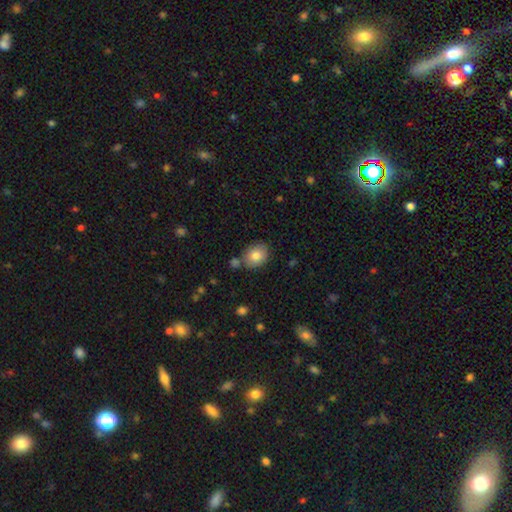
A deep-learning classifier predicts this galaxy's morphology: Smooth or featured? Predicted: smooth (p=0.82). How rounded? Predicted: round (p=0.56). Merging? Predicted: none (p=0.76).